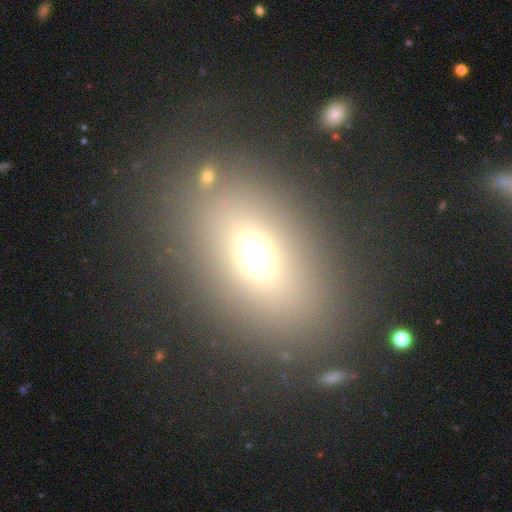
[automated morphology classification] smooth 63%, star or artifact 21%, featured or disk 16%. Down the decision tree: how rounded — in between (70%); merging — none (83%).